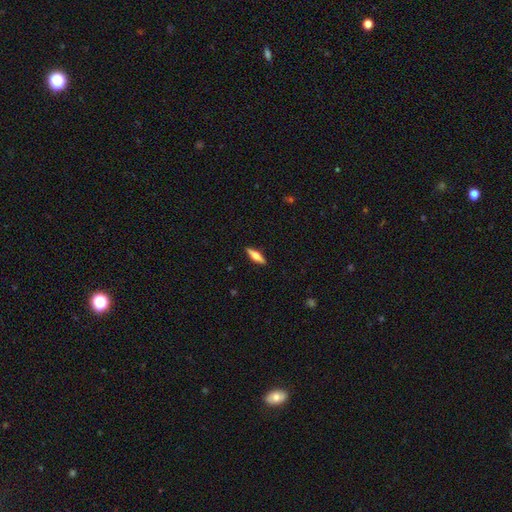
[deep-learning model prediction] Smooth or featured? Predicted: smooth (p=0.53). How rounded? Predicted: cigar-shaped (p=0.61). Merging? Predicted: none (p=0.90).